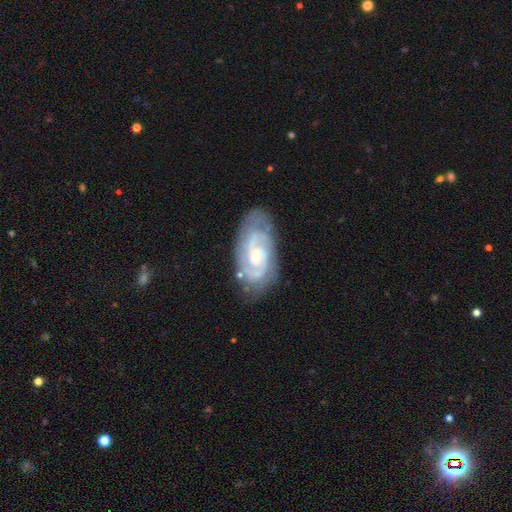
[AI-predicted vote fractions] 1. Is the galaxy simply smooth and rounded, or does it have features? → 82% featured or disk, 12% smooth, 6% star or artifact.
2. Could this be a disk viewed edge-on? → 95% no, 5% yes.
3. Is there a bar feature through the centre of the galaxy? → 65% no, 30% weak, 5% strong.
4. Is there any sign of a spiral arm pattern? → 94% yes, 6% no.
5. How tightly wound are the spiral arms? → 62% tight, 31% medium, 7% loose.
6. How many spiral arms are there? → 50% 2, 26% can't tell, 13% 3, 4% 4, 4% 1, 3% more than 4.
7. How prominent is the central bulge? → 65% small, 28% moderate, 4% none, 2% large, 1% dominant.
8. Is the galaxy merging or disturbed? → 75% none, 18% minor disturbance, 6% major disturbance, 2% merger.